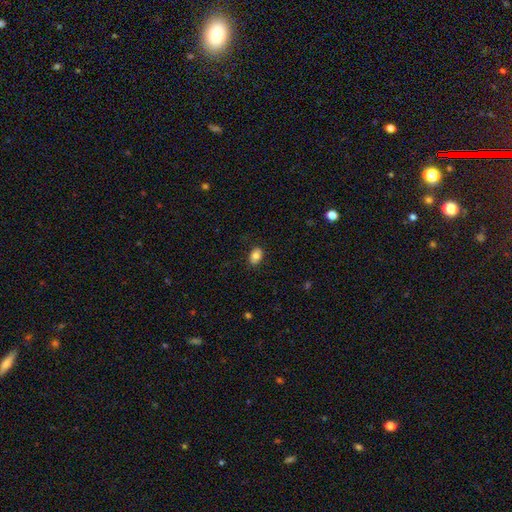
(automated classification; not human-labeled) Smooth or featured? smooth (81%)
How rounded? in between (78%)
Merging? none (84%)